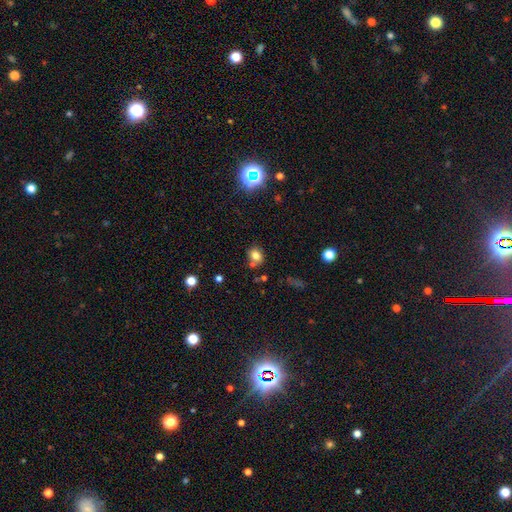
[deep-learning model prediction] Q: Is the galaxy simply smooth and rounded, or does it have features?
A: smooth — 77%.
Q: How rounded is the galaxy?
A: round — 51%.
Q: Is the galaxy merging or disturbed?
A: none — 63%.